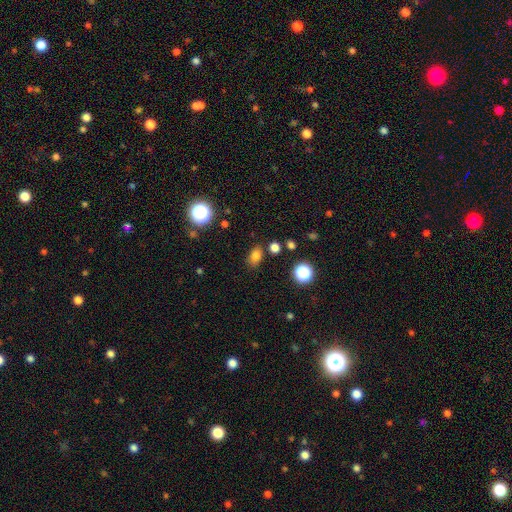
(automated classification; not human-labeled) This is likely a smooth galaxy (79%). How rounded: likely in between (73%). Merging: clearly none (80%).